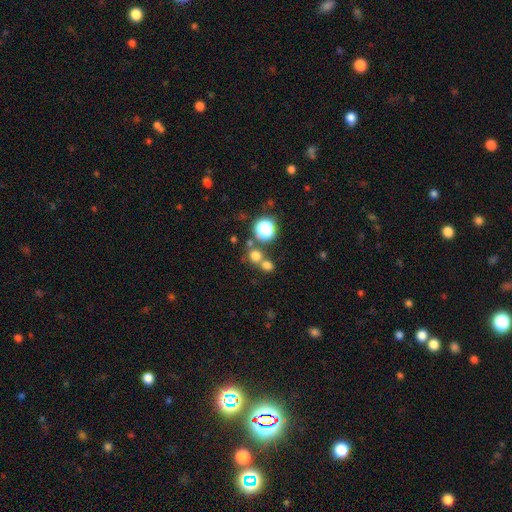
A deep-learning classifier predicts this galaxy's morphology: A smooth galaxy with no disk features (68%) that is round (84%). Merging: none (55%).